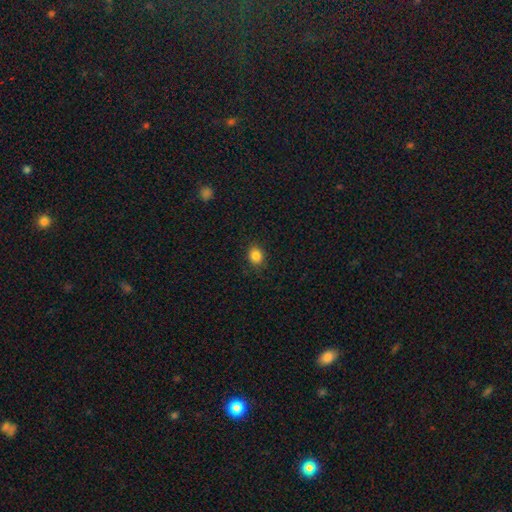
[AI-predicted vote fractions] Smooth or featured?
  - smooth: 85% *
  - star or artifact: 10%
  - featured or disk: 4%
How rounded?
  - round: 66% *
  - in between: 33%
  - cigar-shaped: 1%
Merging?
  - none: 87% *
  - minor disturbance: 10%
  - major disturbance: 2%
  - merger: 1%